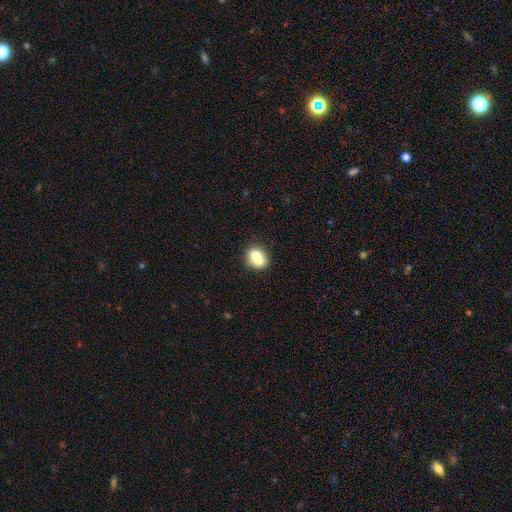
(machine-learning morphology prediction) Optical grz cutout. It shows a smooth galaxy with no disk features (69%) that is round (59%). Merging: merger (45%).